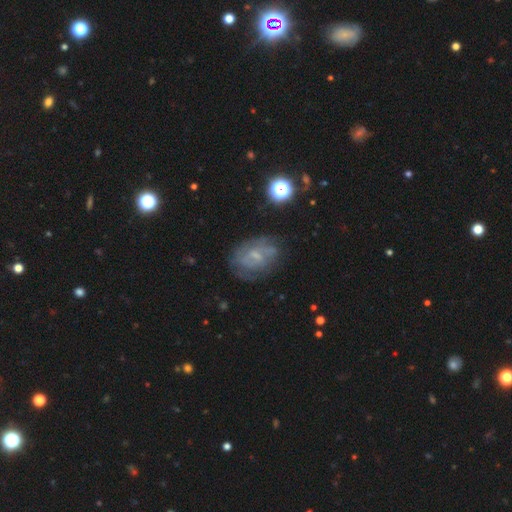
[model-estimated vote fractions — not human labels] This appears to be a featured or disk galaxy (60%) with no bar (49%), spiral arms (63%) and a small central bulge (57%). Merging: none (63%).